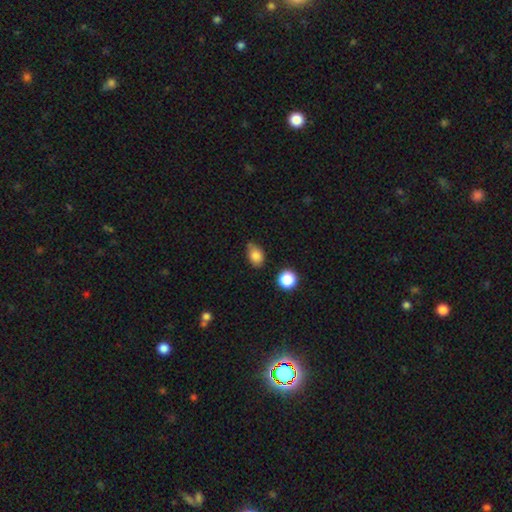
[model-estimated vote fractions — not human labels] smooth 82%, star or artifact 11%, featured or disk 7%. Down the decision tree: how rounded — in between (72%); merging — none (60%).